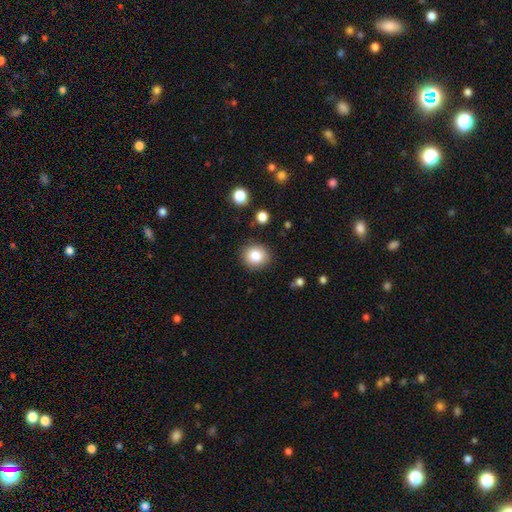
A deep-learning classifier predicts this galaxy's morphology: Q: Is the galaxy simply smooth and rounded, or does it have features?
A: smooth — 82%.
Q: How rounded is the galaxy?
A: round — 86%.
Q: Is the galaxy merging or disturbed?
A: none — 88%.